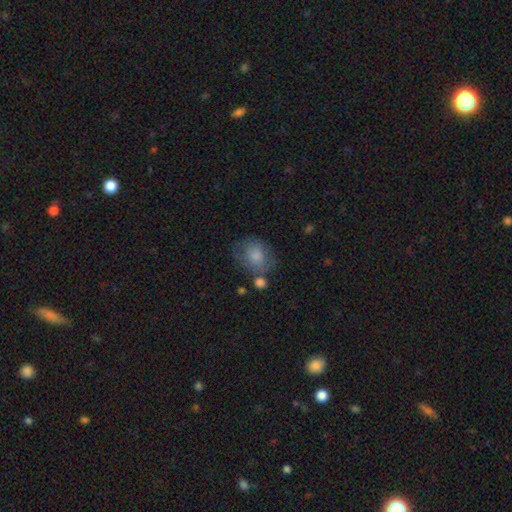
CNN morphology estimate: This appears to be a smooth galaxy with no disk features (78%) that is round (52%). Merging: none (54%).